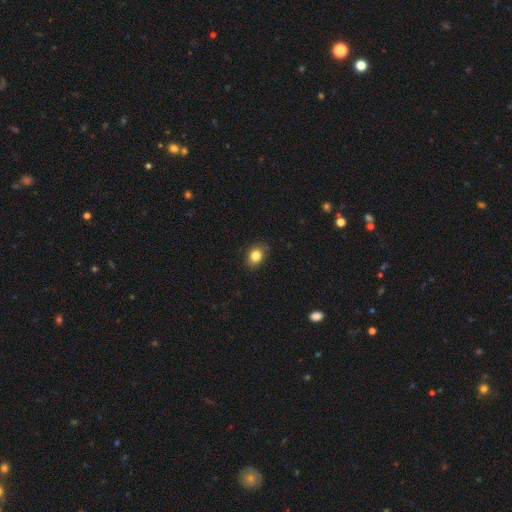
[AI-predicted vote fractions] Smooth or featured? Predicted: smooth (p=0.83). How rounded? Predicted: in between (p=0.50). Merging? Predicted: none (p=0.83).